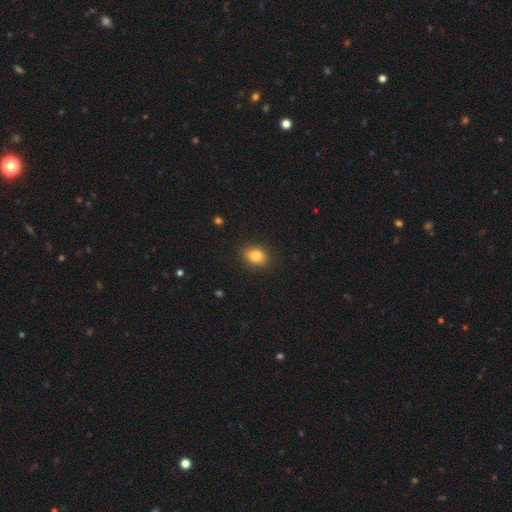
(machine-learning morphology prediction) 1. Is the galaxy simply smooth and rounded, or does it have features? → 84% smooth, 10% star or artifact, 7% featured or disk.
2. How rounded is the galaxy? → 60% in between, 39% round, 1% cigar-shaped.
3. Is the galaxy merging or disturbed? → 87% none, 9% minor disturbance, 2% major disturbance, 1% merger.